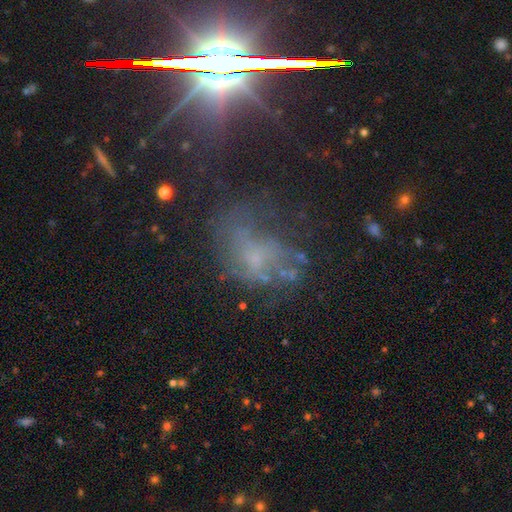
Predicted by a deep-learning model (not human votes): Overall: featured or disk (42%; star or artifact 33%). Merging: none (37%; major disturbance 35%).